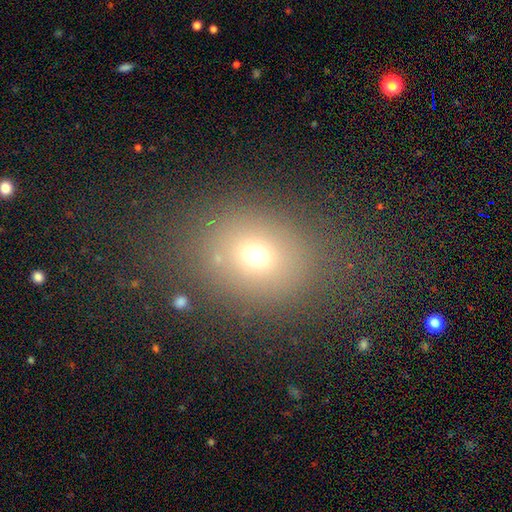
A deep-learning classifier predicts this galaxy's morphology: This is likely a smooth galaxy (67%). How rounded: possibly round (53%). Merging: likely none (77%).